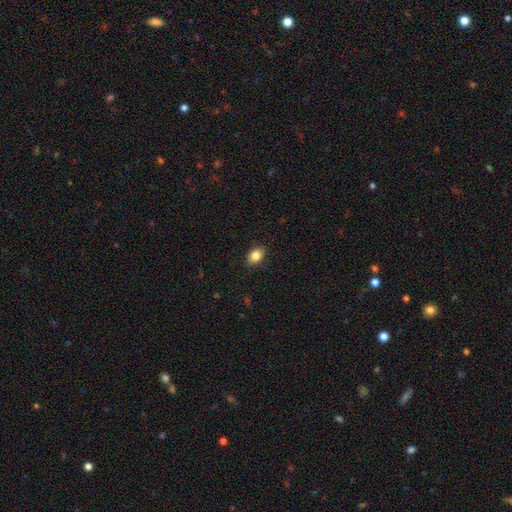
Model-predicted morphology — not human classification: This is clearly a smooth galaxy (83%). How rounded: likely in between (77%). Merging: clearly none (88%).